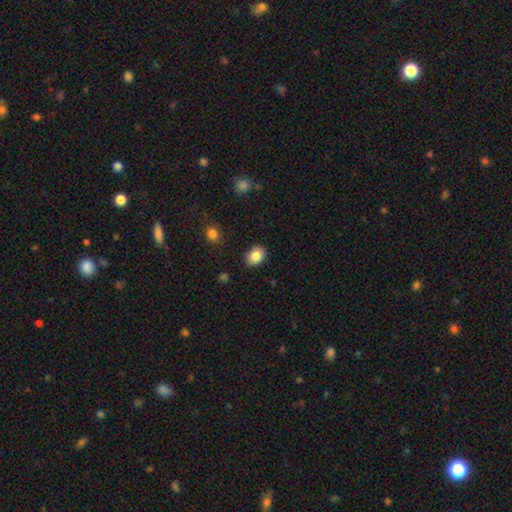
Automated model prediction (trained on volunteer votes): This is clearly a smooth galaxy (85%). How rounded: likely in between (69%). Merging: clearly none (87%).